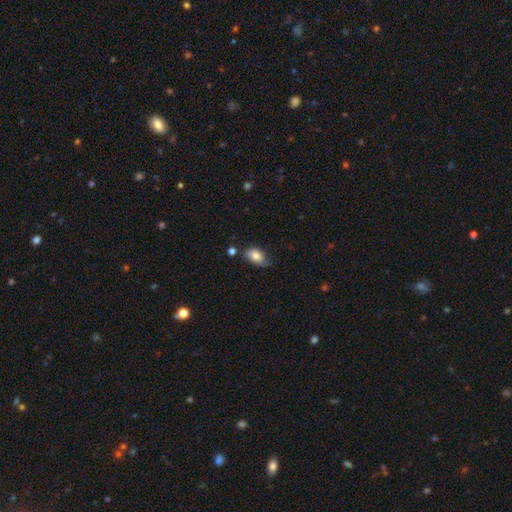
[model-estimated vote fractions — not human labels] Smooth or featured: smooth — 80% (featured or disk — 11%)
How rounded: in between — 87% (round — 11%)
Merging: none — 55% (minor disturbance — 33%)